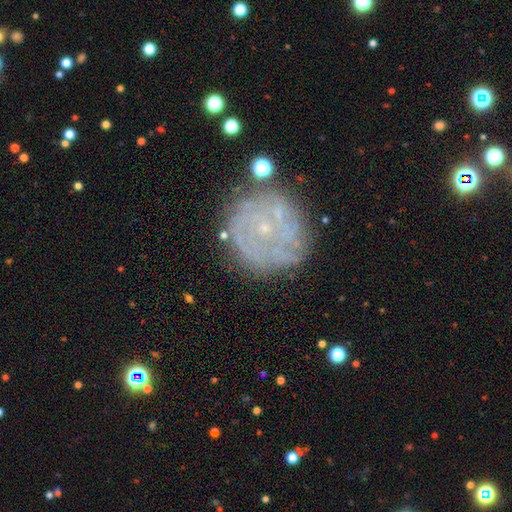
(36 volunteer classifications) Q: Smooth or featured?
A: featured or disk (83%); runner-up: smooth (14%)
Q: Edge-on disk?
A: no (100%)
Q: Bar?
A: no (93%); runner-up: weak (7%)
Q: Spiral arms?
A: yes (67%); runner-up: no (33%)
Q: Spiral winding?
A: tight (80%); runner-up: medium (10%)
Q: Spiral arm count?
A: can't tell (65%); runner-up: more than 4 (25%)
Q: Bulge size?
A: small (93%); runner-up: dominant (3%)
Q: Merging?
A: none (89%); runner-up: minor disturbance (6%)